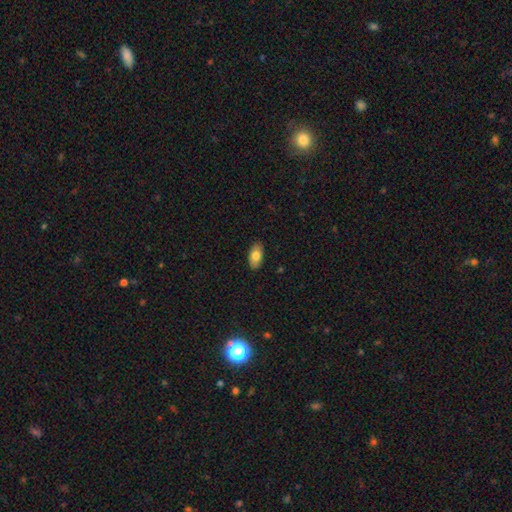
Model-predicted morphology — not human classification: Smooth or featured? Predicted: smooth (p=0.80). How rounded? Predicted: in between (p=0.93). Merging? Predicted: none (p=0.89).